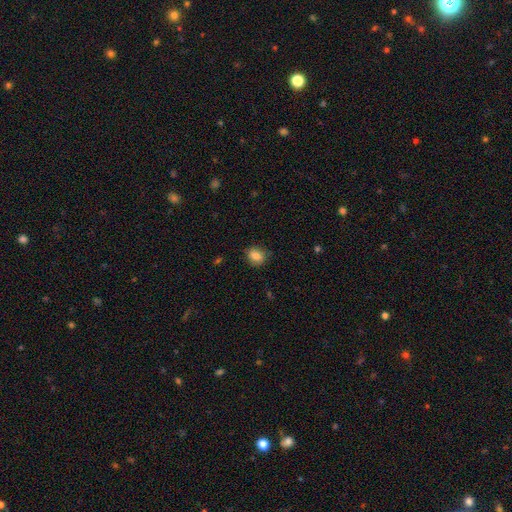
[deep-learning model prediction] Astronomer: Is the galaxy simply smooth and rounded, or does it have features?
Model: smooth — 85%.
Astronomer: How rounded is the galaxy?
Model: round — 55% (runner-up: in between, 44%).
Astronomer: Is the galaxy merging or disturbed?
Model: none — 83%.